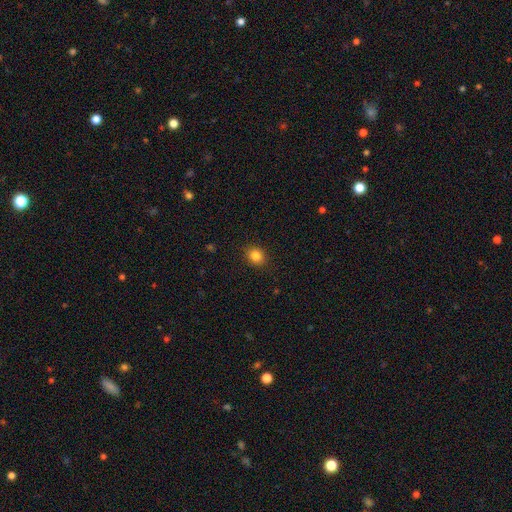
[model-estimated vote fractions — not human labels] smooth-or-featured: smooth: 84% | star or artifact: 11% | featured or disk: 5%
  how-rounded: round: 66% | in between: 33% | cigar-shaped: 1%
  merging: none: 90% | minor disturbance: 7% | major disturbance: 2% | merger: 1%